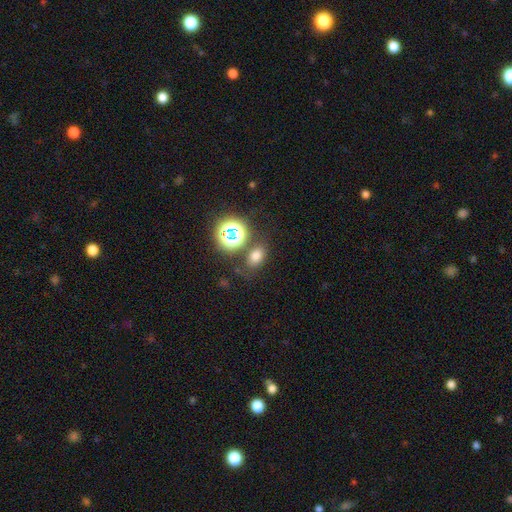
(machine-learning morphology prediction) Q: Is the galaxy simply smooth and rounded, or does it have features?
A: smooth — 69%.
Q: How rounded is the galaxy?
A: in between — 74%.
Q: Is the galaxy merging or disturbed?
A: none — 74%.